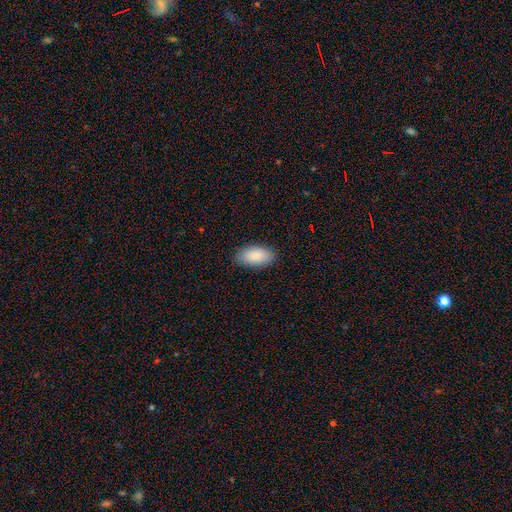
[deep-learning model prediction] Smooth or featured? Predicted: smooth (p=0.87). How rounded? Predicted: in between (p=0.94). Merging? Predicted: none (p=0.86).